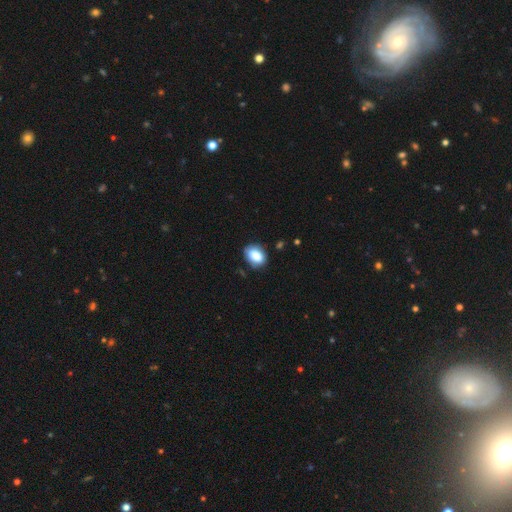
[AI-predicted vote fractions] smooth_or_featured: smooth (p=0.84) [alt: featured or disk p=0.08]
how_rounded: in between (p=0.79) [alt: round p=0.20]
merging: none (p=0.76) [alt: minor disturbance p=0.18]